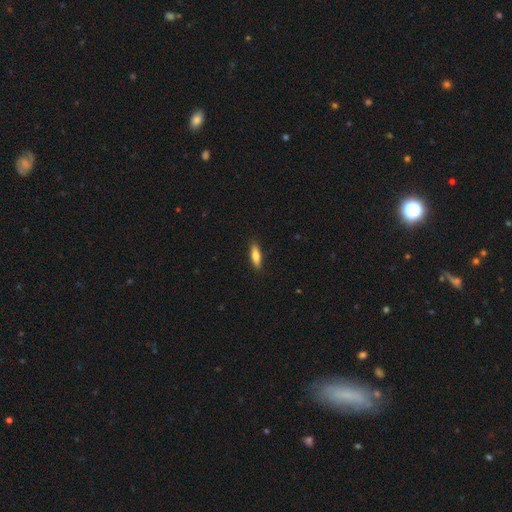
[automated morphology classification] smooth 79%, featured or disk 15%, star or artifact 6%. Down the decision tree: how rounded — cigar-shaped (51%); merging — none (88%).